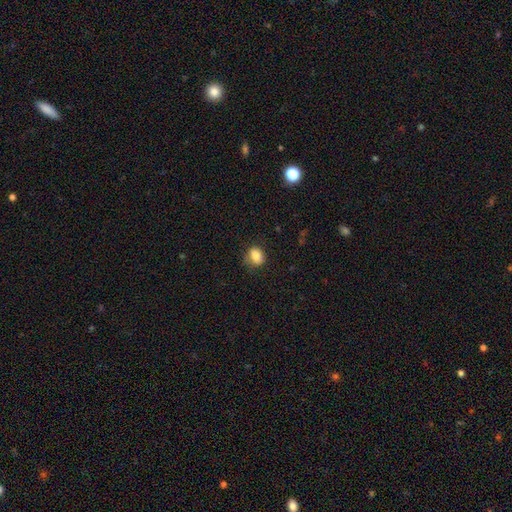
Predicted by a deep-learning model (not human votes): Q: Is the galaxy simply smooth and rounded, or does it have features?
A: smooth — 85%.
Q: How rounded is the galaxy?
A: in between — 57%.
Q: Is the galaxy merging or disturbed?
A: none — 70%.